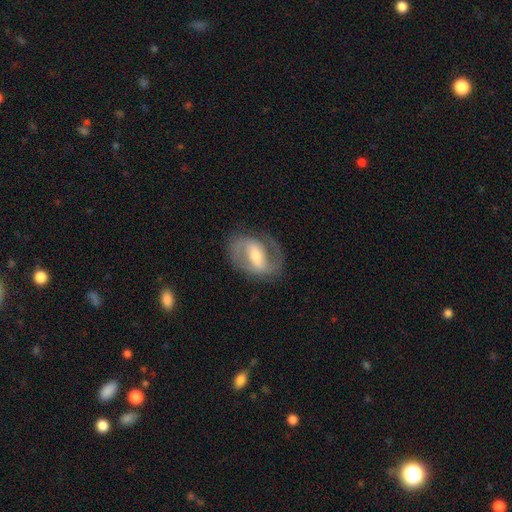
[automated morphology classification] smooth_or_featured: featured or disk (p=0.81) [alt: smooth p=0.14]
disk_edge_on: no (p=0.96) [alt: yes p=0.04]
bar: strong (p=0.47) [alt: weak p=0.39]
has_spiral_arms: yes (p=0.89) [alt: no p=0.11]
spiral_winding: medium (p=0.52) [alt: tight p=0.27]
spiral_arm_count: 2 (p=0.88) [alt: can't tell p=0.05]
bulge_size: moderate (p=0.55) [alt: small p=0.29]
merging: none (p=0.78) [alt: minor disturbance p=0.14]